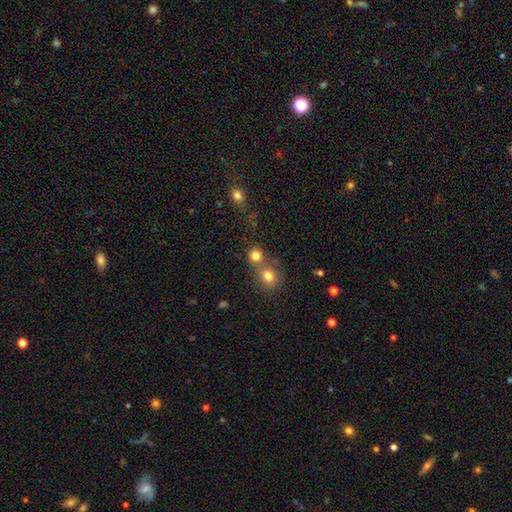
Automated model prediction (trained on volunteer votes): Smooth or featured? smooth (80%)
How rounded? round (85%)
Merging? none (50%)